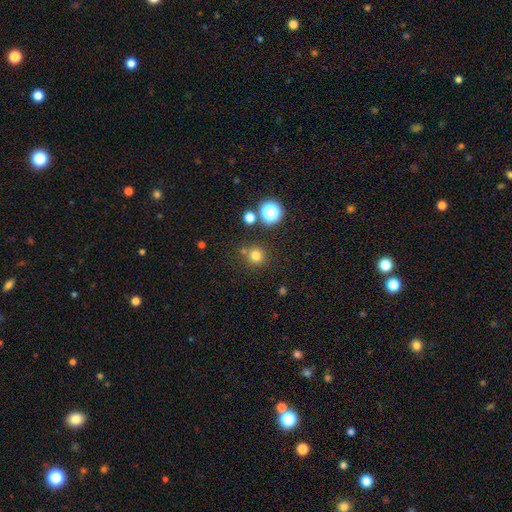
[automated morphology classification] A smooth galaxy with no disk features (76%) that is round (94%). Merging: none (82%).